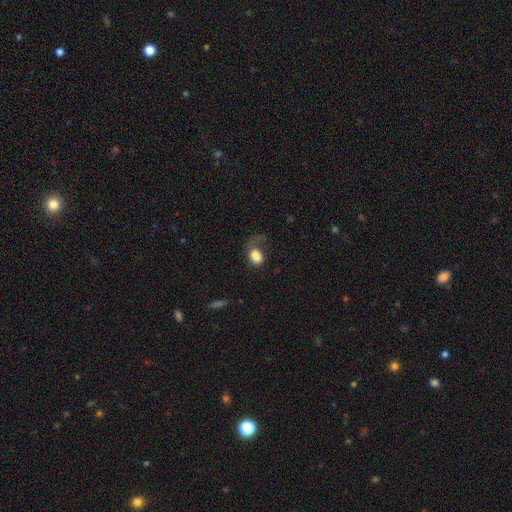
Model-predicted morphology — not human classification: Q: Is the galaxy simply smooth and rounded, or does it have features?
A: smooth — 80%.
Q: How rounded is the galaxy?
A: in between — 65%.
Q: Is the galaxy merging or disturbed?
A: major disturbance — 42%.